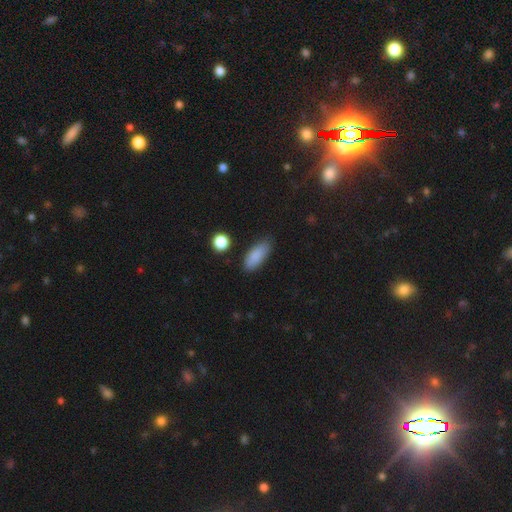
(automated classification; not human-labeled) Morphology: type=smooth (87%); roundness=in between (79%); merging=none (82%).